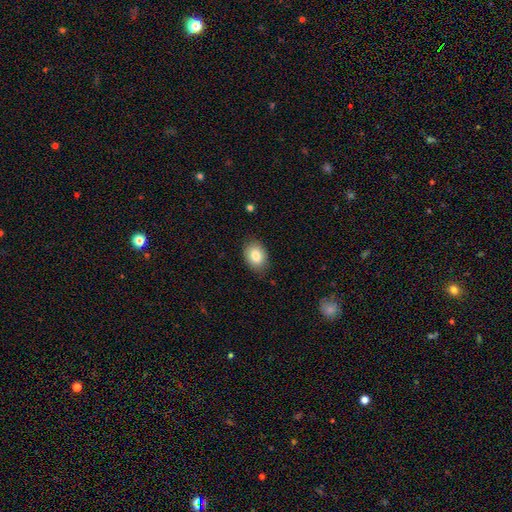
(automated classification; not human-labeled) smooth_or_featured: smooth (p=0.83) [alt: featured or disk p=0.09]
how_rounded: in between (p=0.69) [alt: round p=0.30]
merging: none (p=0.83) [alt: minor disturbance p=0.13]